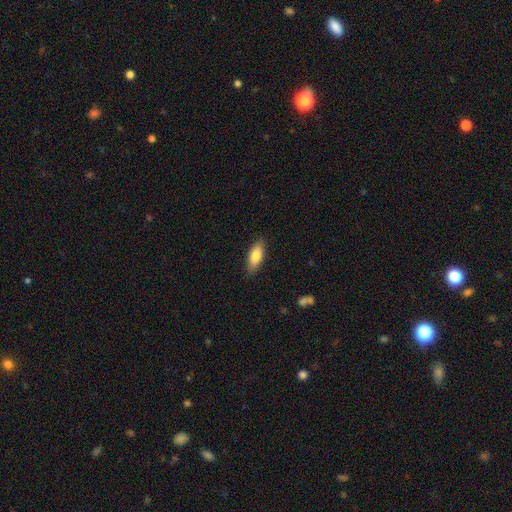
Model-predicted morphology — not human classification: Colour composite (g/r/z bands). It shows a smooth galaxy with no disk features (80%) that is in between round and cigar-shaped (70%). Merging: none (86%).